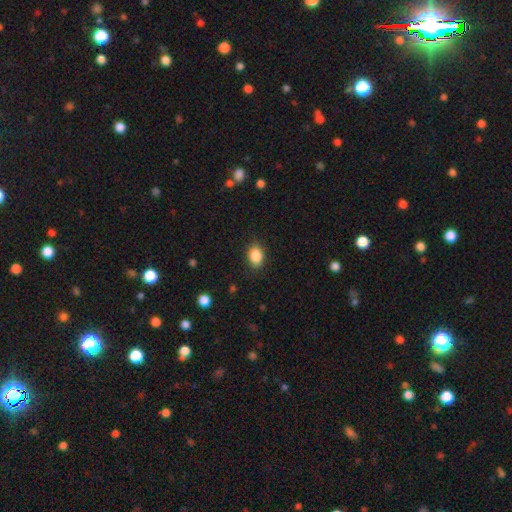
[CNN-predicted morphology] Q: Smooth or featured?
A: smooth (87%); runner-up: star or artifact (8%)
Q: How rounded?
A: in between (77%); runner-up: round (22%)
Q: Merging?
A: none (85%); runner-up: minor disturbance (11%)